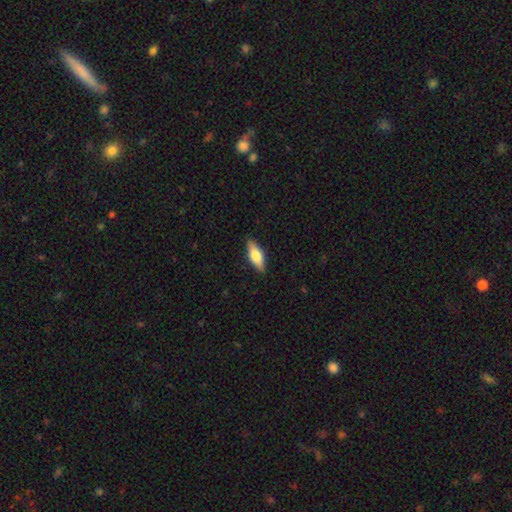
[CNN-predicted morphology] smooth-or-featured: smooth: 62% | featured or disk: 32% | star or artifact: 6%
  how-rounded: in between: 65% | cigar-shaped: 32% | round: 3%
  merging: none: 88% | minor disturbance: 9% | major disturbance: 2% | merger: 1%